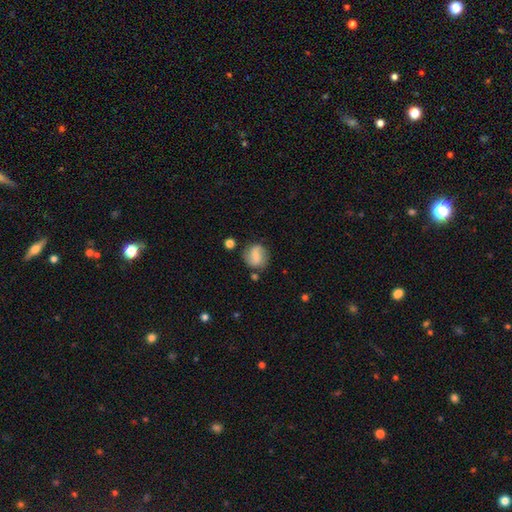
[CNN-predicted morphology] This is possibly a smooth galaxy (51%). How rounded: likely round (76%). Merging: likely none (72%).